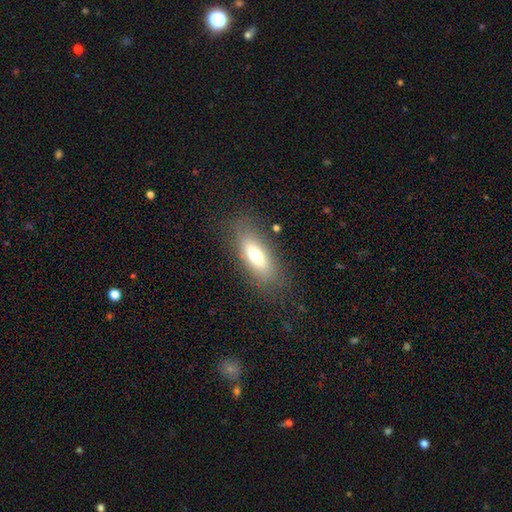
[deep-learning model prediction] Smooth or featured? Predicted: smooth (p=0.68). How rounded? Predicted: in between (p=0.74). Merging? Predicted: none (p=0.80).